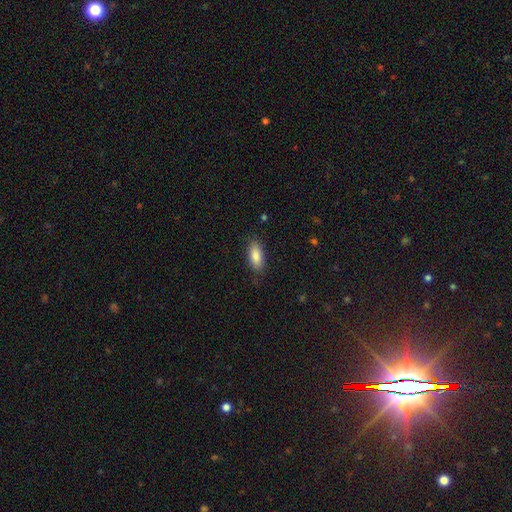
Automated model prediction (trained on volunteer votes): Smooth or featured: smooth — 86% (featured or disk — 8%)
How rounded: in between — 79% (cigar-shaped — 19%)
Merging: none — 84% (minor disturbance — 12%)